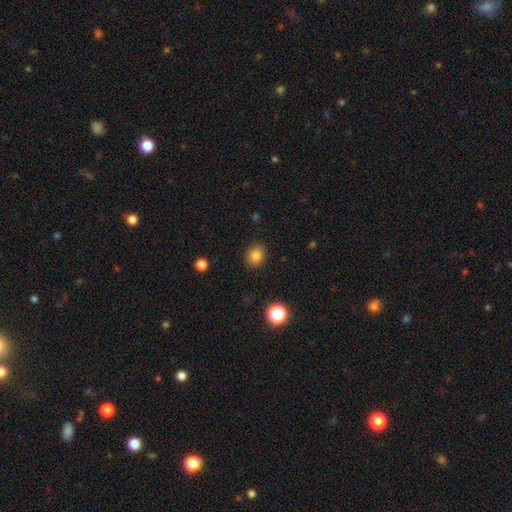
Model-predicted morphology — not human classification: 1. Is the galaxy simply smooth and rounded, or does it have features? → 83% smooth, 12% star or artifact, 5% featured or disk.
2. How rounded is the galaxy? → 52% round, 47% in between, 1% cigar-shaped.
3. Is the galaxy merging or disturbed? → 87% none, 9% minor disturbance, 3% major disturbance, 1% merger.